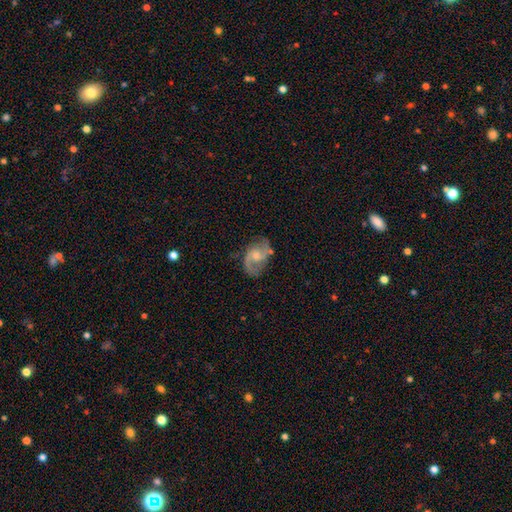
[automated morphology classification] A featured or disk galaxy (80%) with no bar (56%), 2 (87%) medium (53%) spiral arms (94%) and a moderate central bulge (50%). Merging: none (71%).